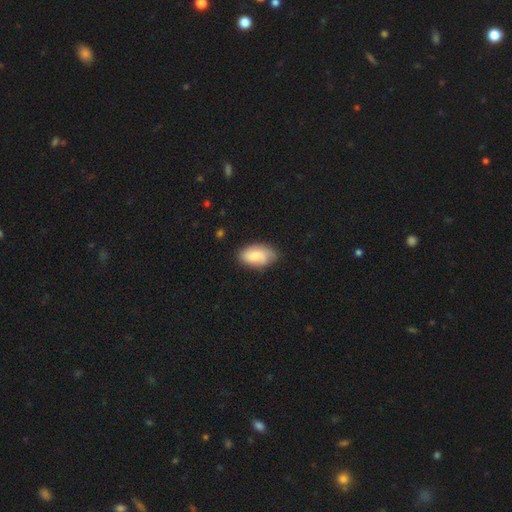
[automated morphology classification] Smooth or featured? smooth (68%)
How rounded? in between (93%)
Merging? none (71%)